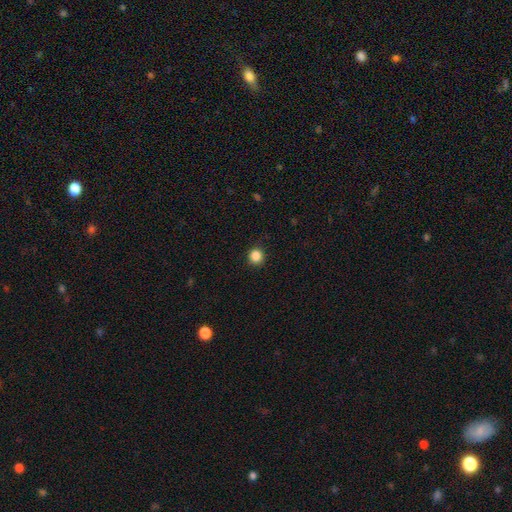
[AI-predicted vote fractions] Overall: smooth (86%). How rounded: round (93%). Merging: none (91%).